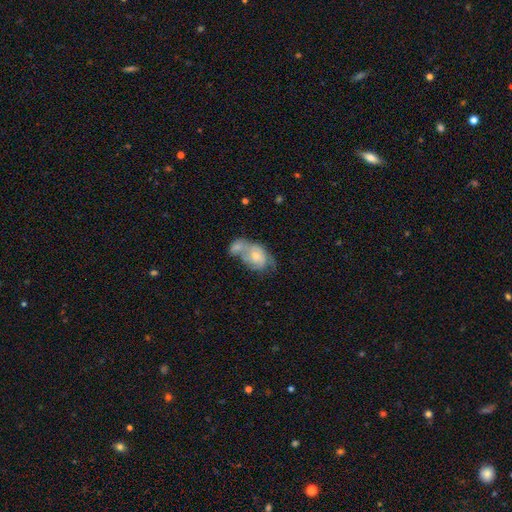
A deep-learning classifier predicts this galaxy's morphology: The model was most divided on "smooth or featured": smooth: 52%, featured or disk: 41%, star or artifact: 7%. More confident: how rounded — in between (81%); merging — merger (60%).